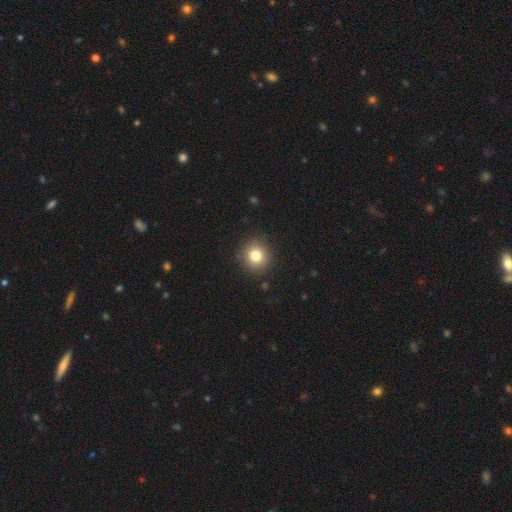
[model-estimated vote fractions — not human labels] smooth-or-featured: smooth: 80% | star or artifact: 11% | featured or disk: 8%
  how-rounded: round: 88% | in between: 11% | cigar-shaped: 1%
  merging: none: 90% | minor disturbance: 7% | major disturbance: 2% | merger: 1%